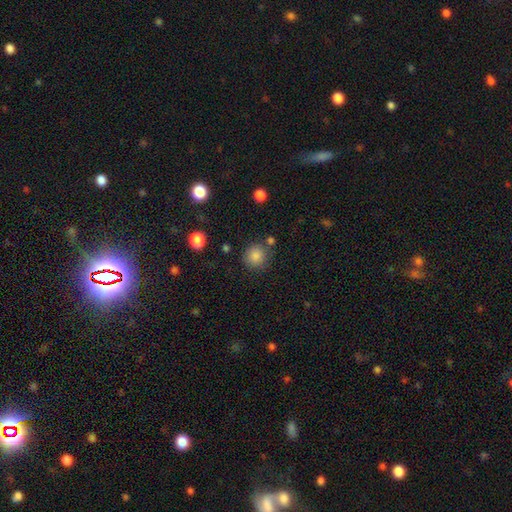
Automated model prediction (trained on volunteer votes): Q: Smooth or featured?
A: smooth (85%); runner-up: star or artifact (11%)
Q: How rounded?
A: round (90%); runner-up: in between (10%)
Q: Merging?
A: none (79%); runner-up: minor disturbance (11%)